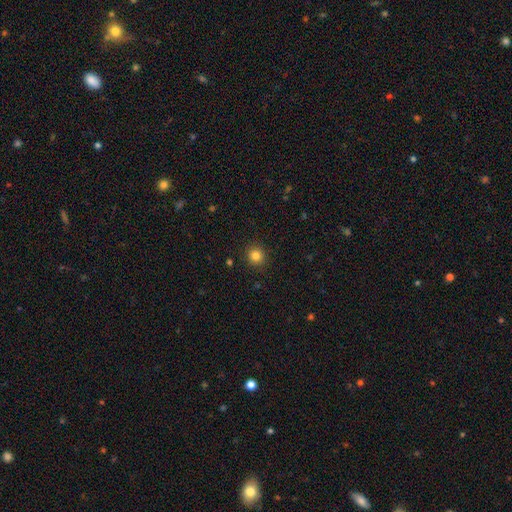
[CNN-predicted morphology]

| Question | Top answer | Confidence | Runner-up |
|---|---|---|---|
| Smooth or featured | smooth | 82% | star or artifact (13%) |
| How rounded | round | 92% | in between (7%) |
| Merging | none | 91% | minor disturbance (6%) |